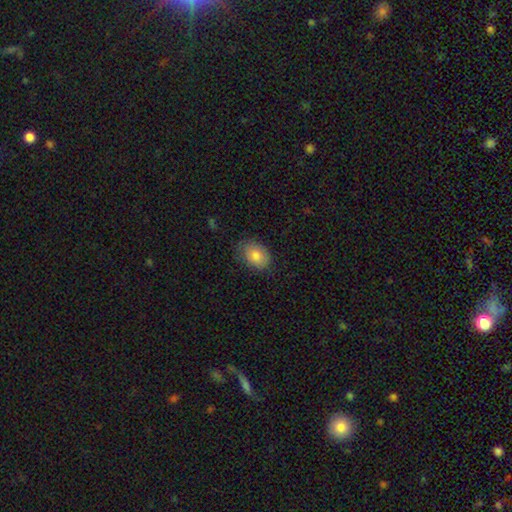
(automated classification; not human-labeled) Smooth or featured? Predicted: smooth (p=0.81). How rounded? Predicted: in between (p=0.68). Merging? Predicted: none (p=0.74).